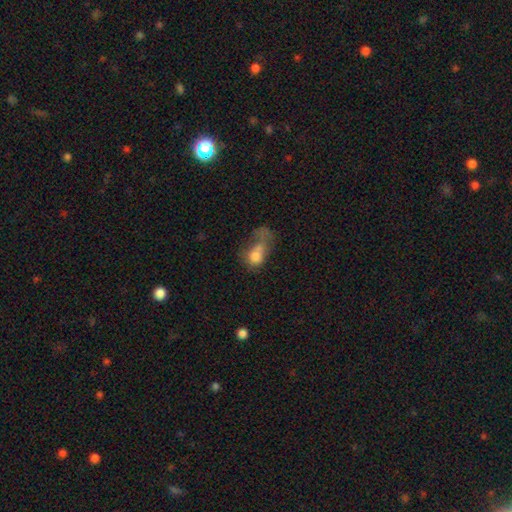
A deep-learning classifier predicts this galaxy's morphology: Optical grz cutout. It shows a smooth galaxy with no disk features (66%) that is in between round and cigar-shaped (65%). Merging: major disturbance (44%).